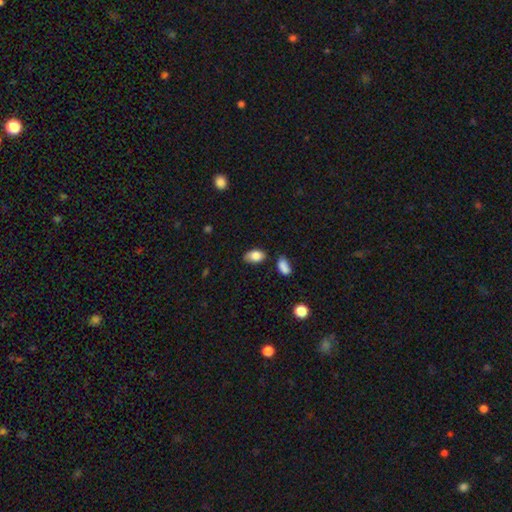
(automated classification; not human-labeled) Smooth or featured? smooth (84%)
How rounded? in between (93%)
Merging? none (75%)